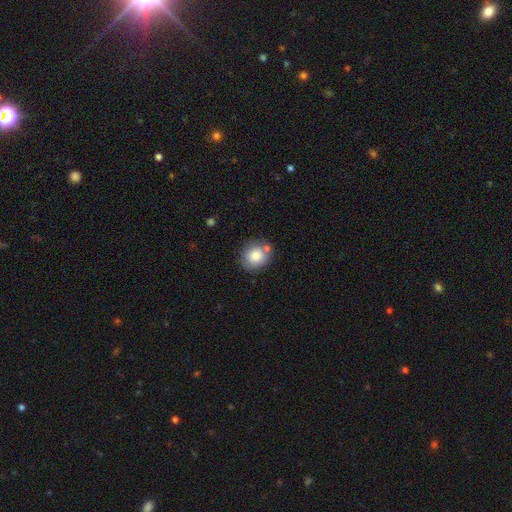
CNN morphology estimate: This appears to be a smooth galaxy with no disk features (81%) that is round (79%). Merging: none (73%).